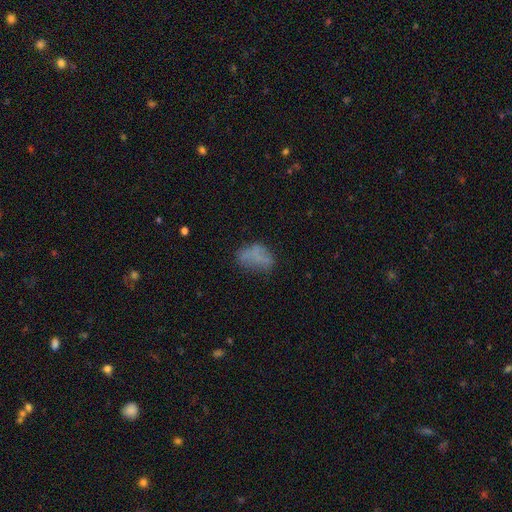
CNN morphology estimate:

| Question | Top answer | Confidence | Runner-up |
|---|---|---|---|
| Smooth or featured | smooth | 64% | featured or disk (23%) |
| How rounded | in between | 83% | round (14%) |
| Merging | none | 50% | minor disturbance (26%) |